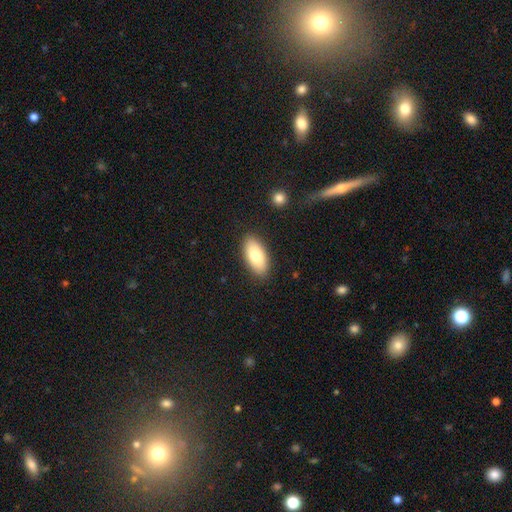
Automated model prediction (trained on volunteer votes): Smooth or featured?
  - smooth: 80% *
  - featured or disk: 14%
  - star or artifact: 6%
How rounded?
  - in between: 90% *
  - cigar-shaped: 8%
  - round: 2%
Merging?
  - none: 88% *
  - minor disturbance: 9%
  - major disturbance: 2%
  - merger: 1%